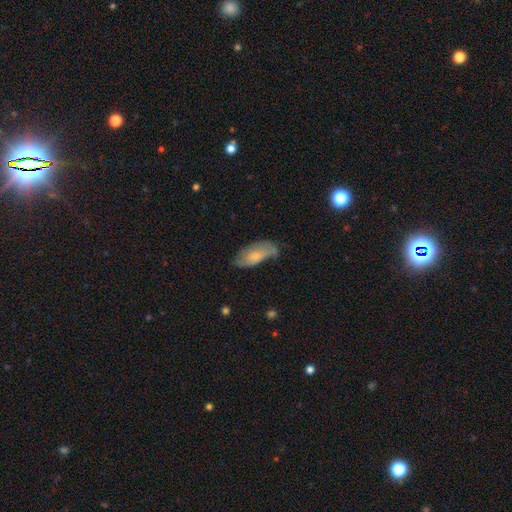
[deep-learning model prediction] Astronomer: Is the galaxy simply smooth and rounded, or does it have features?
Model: smooth — 59%.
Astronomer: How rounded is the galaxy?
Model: in between — 84%.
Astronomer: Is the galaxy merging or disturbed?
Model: none — 47% (runner-up: minor disturbance, 35%).